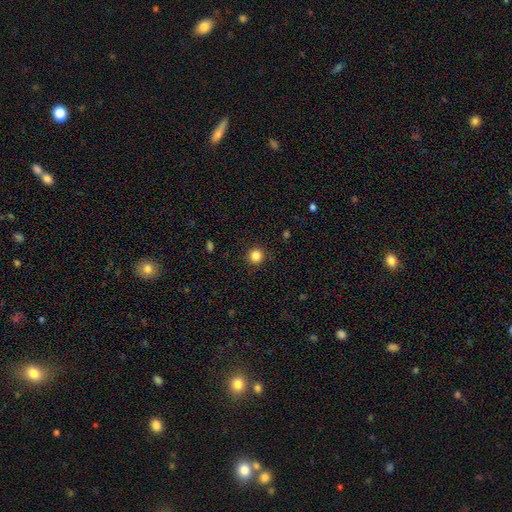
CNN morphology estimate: Overall: smooth (85%). How rounded: round (94%). Merging: none (91%).